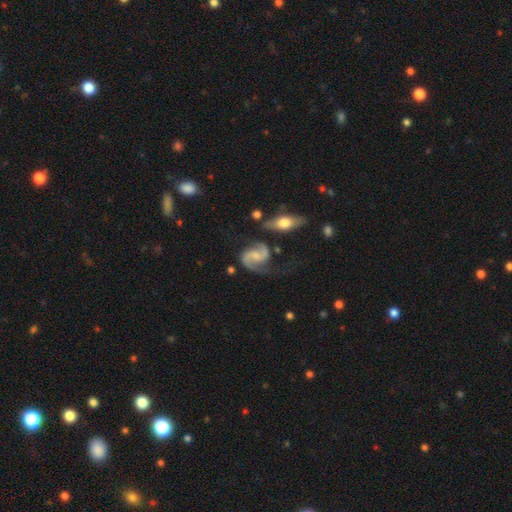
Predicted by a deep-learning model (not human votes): Smooth or featured: featured or disk — 89% (smooth — 7%)
Edge-on disk: no — 97% (yes — 3%)
Bar: no — 47% (weak — 41%)
Spiral arms: yes — 97% (no — 3%)
Spiral winding: medium — 55% (loose — 27%)
Spiral arm count: 2 — 92% (1 — 3%)
Bulge size: small — 43% (moderate — 26%)
Merging: none — 61% (minor disturbance — 20%)